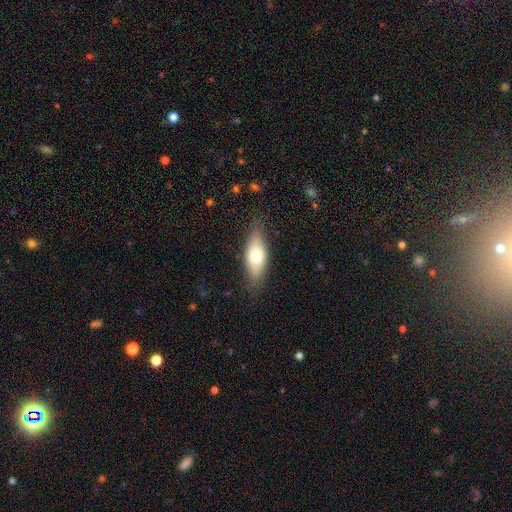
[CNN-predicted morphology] A smooth galaxy with no disk features (69%) that is in between round and cigar-shaped (71%). Merging: none (81%).